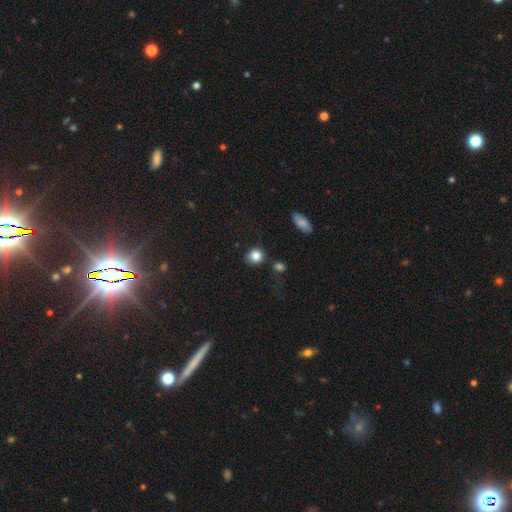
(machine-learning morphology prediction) smooth 84%, star or artifact 10%, featured or disk 6%. Down the decision tree: how rounded — round (79%); merging — none (77%).